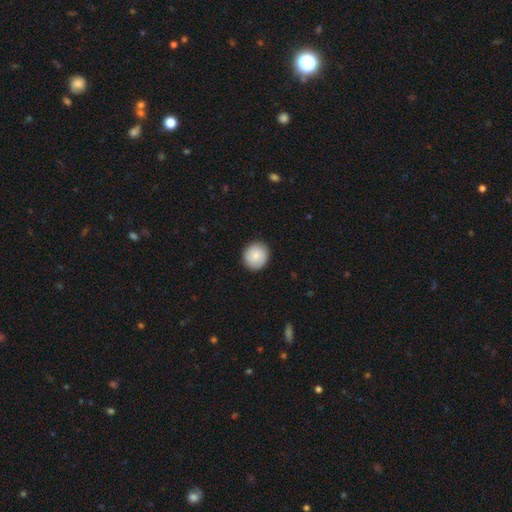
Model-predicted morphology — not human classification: Overall: smooth (82%). How rounded: round (89%). Merging: none (90%).